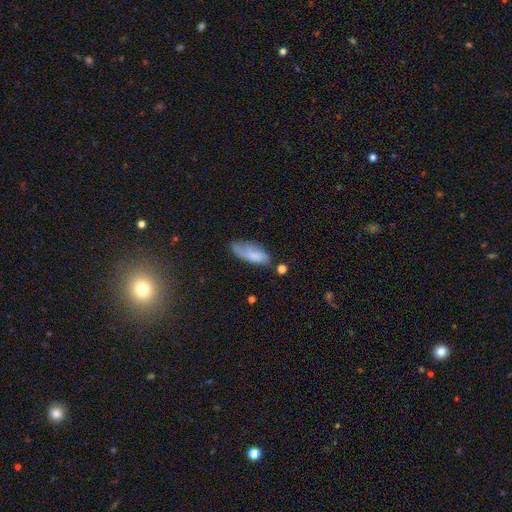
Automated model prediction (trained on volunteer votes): Smooth or featured? smooth (56%)
How rounded? in between (70%)
Merging? none (52%)